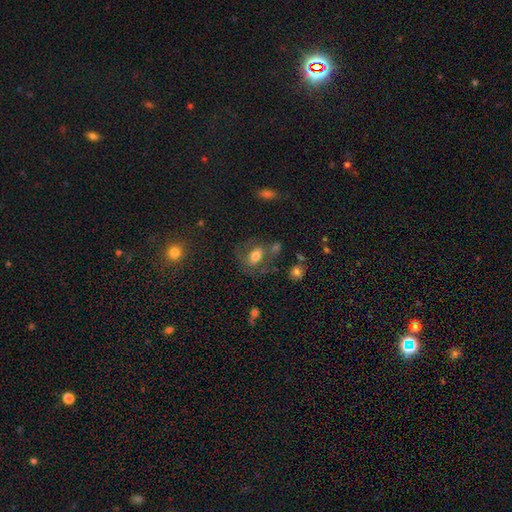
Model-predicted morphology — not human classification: Q: Smooth or featured?
A: smooth (57%); runner-up: featured or disk (31%)
Q: How rounded?
A: in between (76%); runner-up: round (21%)
Q: Merging?
A: none (50%); runner-up: minor disturbance (19%)